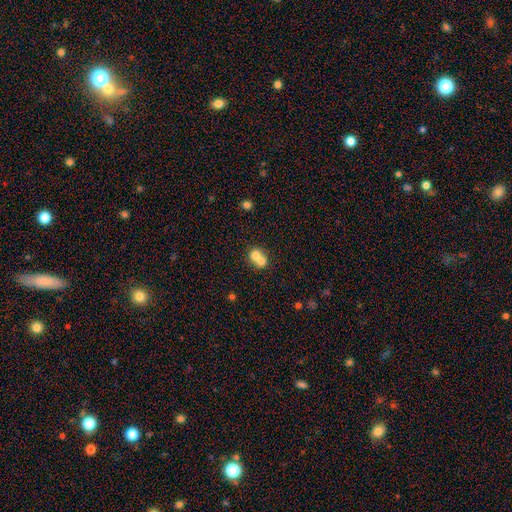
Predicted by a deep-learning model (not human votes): smooth 71%, featured or disk 20%, star or artifact 10%. Down the decision tree: how rounded — round (74%); merging — merger (69%).